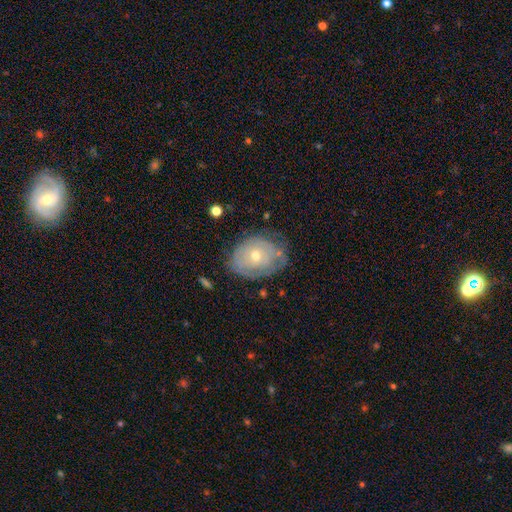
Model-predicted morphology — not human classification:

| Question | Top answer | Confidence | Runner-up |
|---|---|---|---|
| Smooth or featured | featured or disk | 60% | smooth (33%) |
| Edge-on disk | no | 95% | yes (5%) |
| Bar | no | 86% | weak (12%) |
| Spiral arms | yes | 55% | no (45%) |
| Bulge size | small | 51% | moderate (45%) |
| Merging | none | 60% | minor disturbance (27%) |